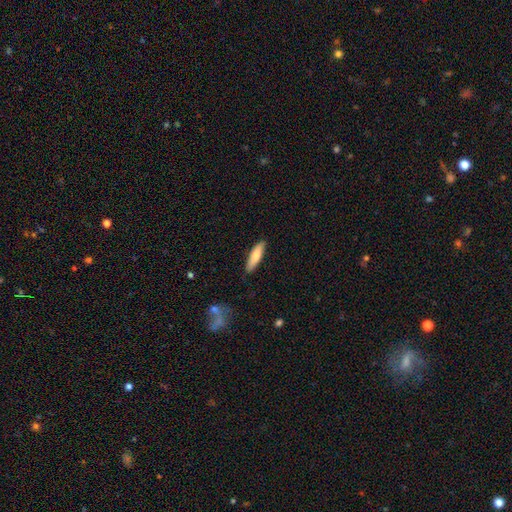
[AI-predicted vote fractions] smooth-or-featured: smooth: 77% | featured or disk: 18% | star or artifact: 5%
  how-rounded: cigar-shaped: 69% | in between: 30% | round: 2%
  merging: none: 86% | minor disturbance: 11% | major disturbance: 2% | merger: 1%